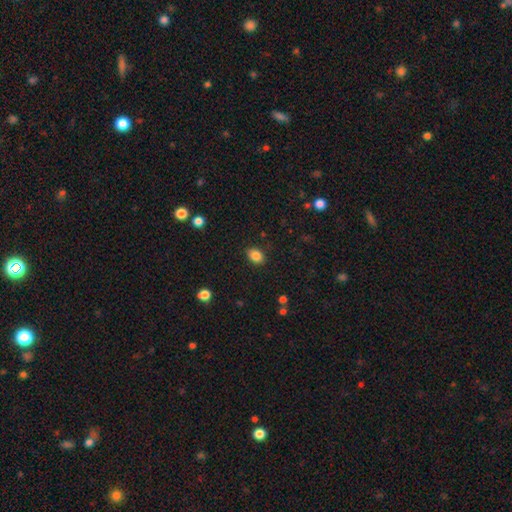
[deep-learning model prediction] Overall: smooth (85%). How rounded: in between (68%; round 31%). Merging: none (86%).